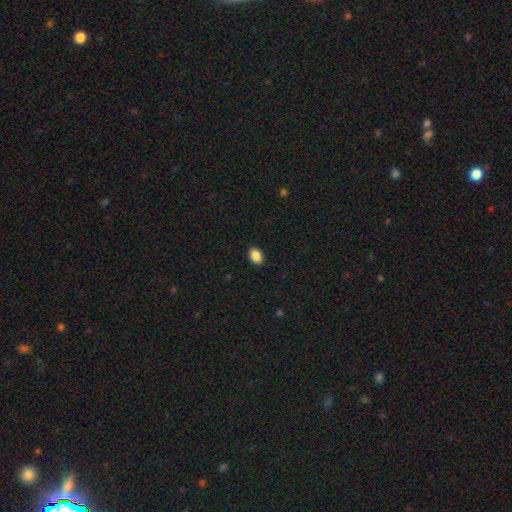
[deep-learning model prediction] Smooth or featured: smooth — 88% (star or artifact — 8%)
How rounded: in between — 81% (round — 18%)
Merging: none — 90% (minor disturbance — 8%)